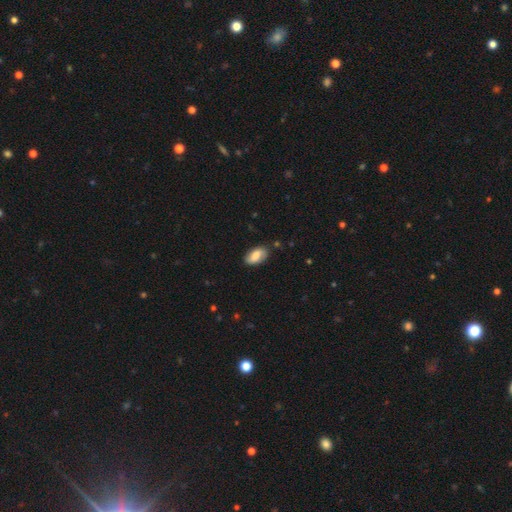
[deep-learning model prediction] smooth-or-featured: smooth: 69% | featured or disk: 24% | star or artifact: 7%
  how-rounded: in between: 93% | round: 4% | cigar-shaped: 3%
  merging: none: 78% | minor disturbance: 17% | major disturbance: 3% | merger: 2%